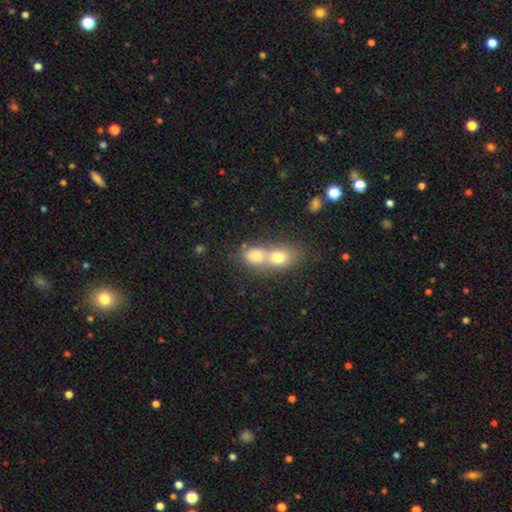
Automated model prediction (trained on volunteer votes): Smooth or featured?
  - smooth: 73% *
  - featured or disk: 16%
  - star or artifact: 11%
How rounded?
  - in between: 56% *
  - round: 42%
  - cigar-shaped: 3%
Merging?
  - merger: 71% *
  - none: 21%
  - minor disturbance: 5%
  - major disturbance: 3%